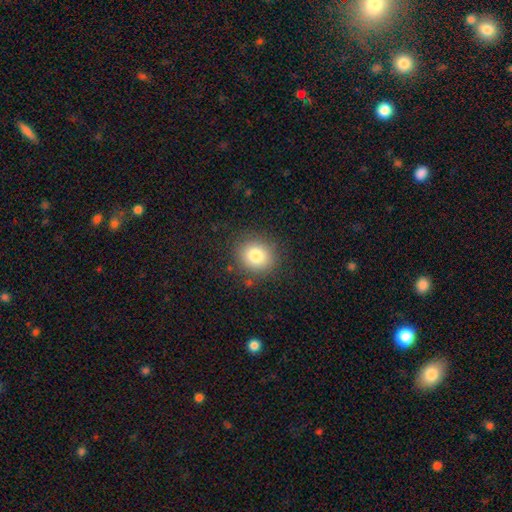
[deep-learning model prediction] Smooth or featured: smooth — 81% (star or artifact — 11%)
How rounded: round — 80% (in between — 19%)
Merging: none — 86% (minor disturbance — 9%)